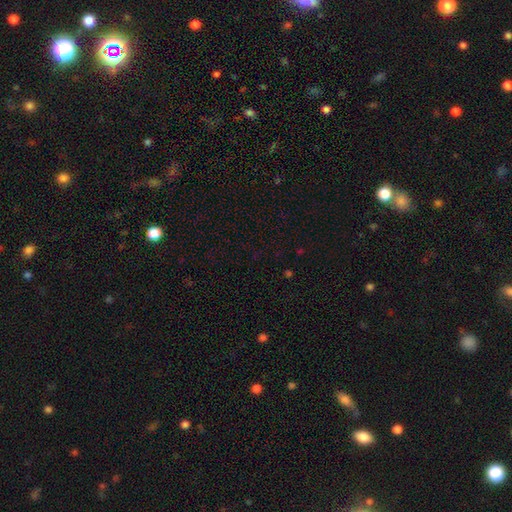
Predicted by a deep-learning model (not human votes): This appears to be a star or artifact, not a galaxy (67%).